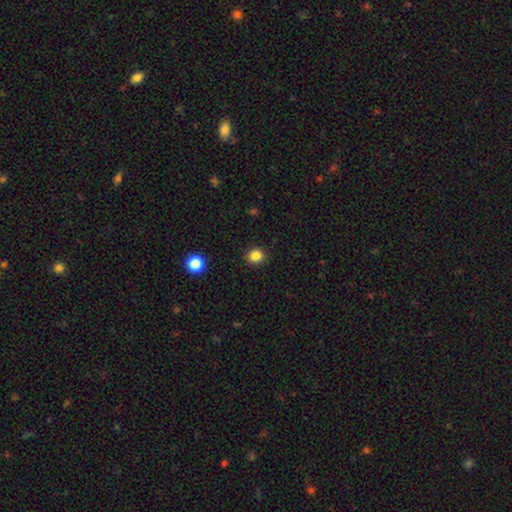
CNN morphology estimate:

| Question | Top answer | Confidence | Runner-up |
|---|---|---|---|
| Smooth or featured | smooth | 85% | star or artifact (12%) |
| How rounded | round | 83% | in between (16%) |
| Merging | none | 91% | minor disturbance (6%) |